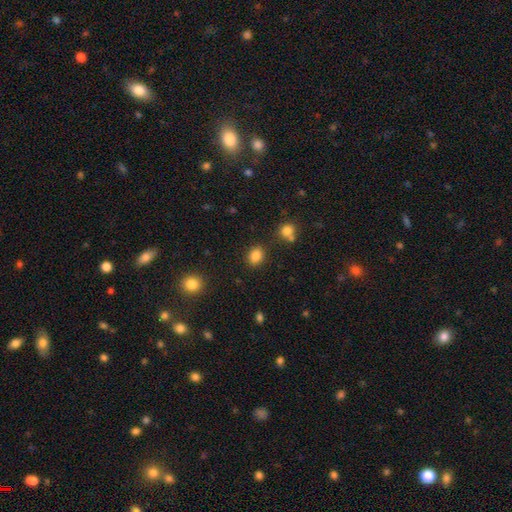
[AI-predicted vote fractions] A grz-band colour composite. It shows a smooth galaxy with no disk features (85%) that is in between round and cigar-shaped (55%). Merging: none (84%).